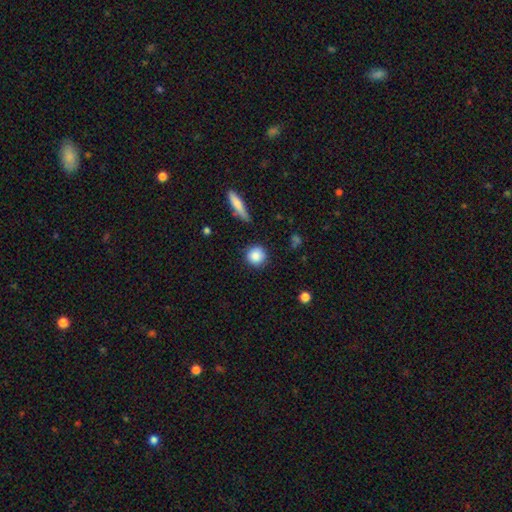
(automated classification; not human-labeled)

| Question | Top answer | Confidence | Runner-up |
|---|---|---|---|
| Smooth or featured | smooth | 86% | star or artifact (8%) |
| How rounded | round | 91% | in between (7%) |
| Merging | none | 86% | minor disturbance (9%) |